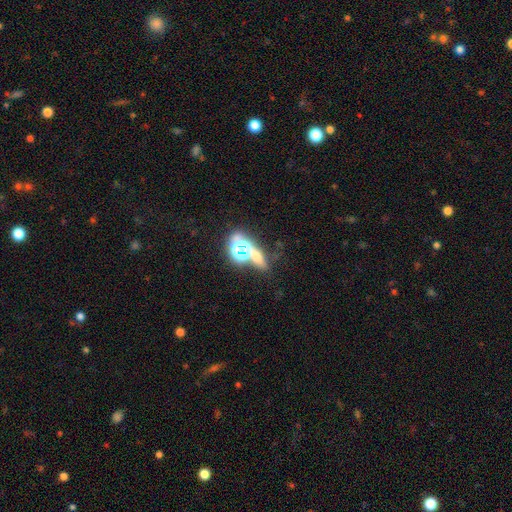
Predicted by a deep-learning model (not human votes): star or artifact 46%, smooth 37%, featured or disk 17%.